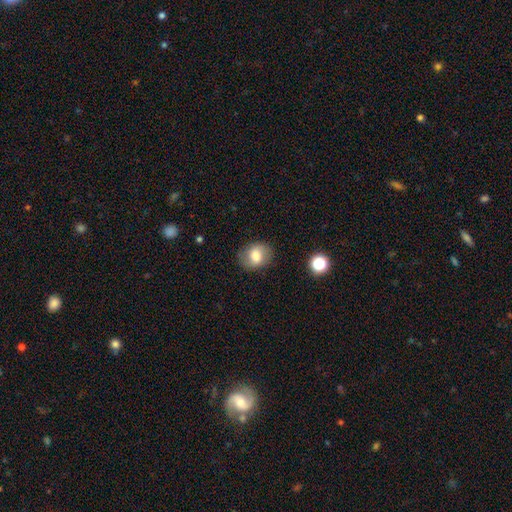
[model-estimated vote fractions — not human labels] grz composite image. It shows a smooth galaxy with no disk features (73%) that is in between round and cigar-shaped (51%). Merging: none (81%).